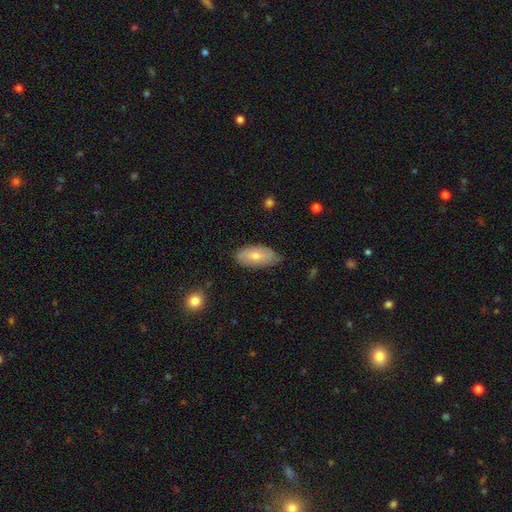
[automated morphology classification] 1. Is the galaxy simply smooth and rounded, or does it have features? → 64% smooth, 30% featured or disk, 6% star or artifact.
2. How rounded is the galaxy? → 92% in between, 5% cigar-shaped, 3% round.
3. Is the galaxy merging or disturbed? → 74% none, 22% minor disturbance, 3% major disturbance, 1% merger.